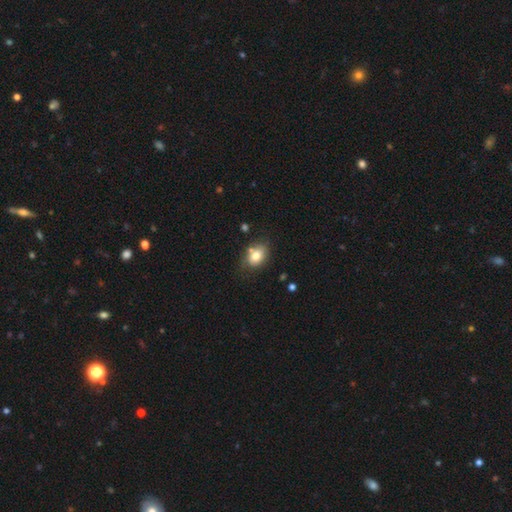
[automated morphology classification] Smooth or featured? Predicted: smooth (p=0.78). How rounded? Predicted: in between (p=0.71). Merging? Predicted: none (p=0.63).